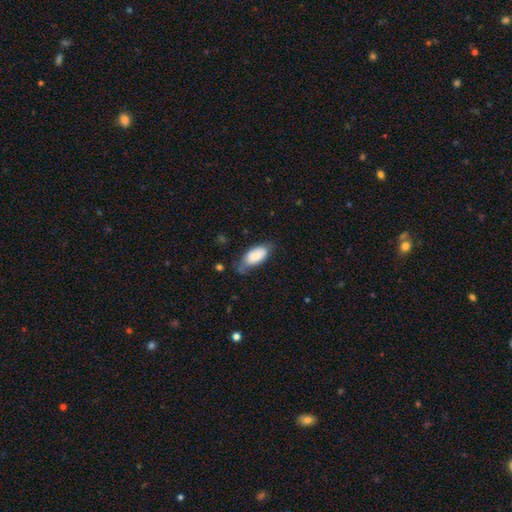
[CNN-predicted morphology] Q: Smooth or featured?
A: smooth (79%); runner-up: featured or disk (14%)
Q: How rounded?
A: in between (91%); runner-up: cigar-shaped (6%)
Q: Merging?
A: none (53%); runner-up: minor disturbance (34%)